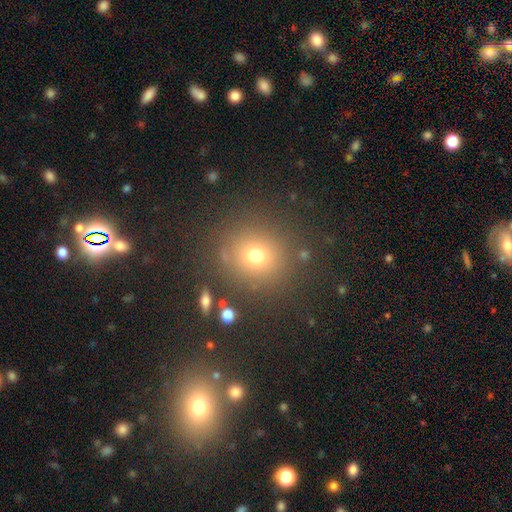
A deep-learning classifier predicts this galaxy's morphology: Smooth or featured? smooth (71%)
How rounded? round (84%)
Merging? none (84%)